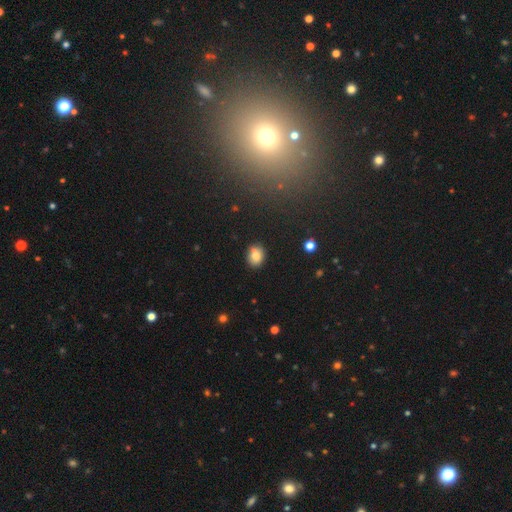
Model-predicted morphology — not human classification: Overall: smooth (79%). How rounded: round (54%; in between 45%). Merging: none (82%).